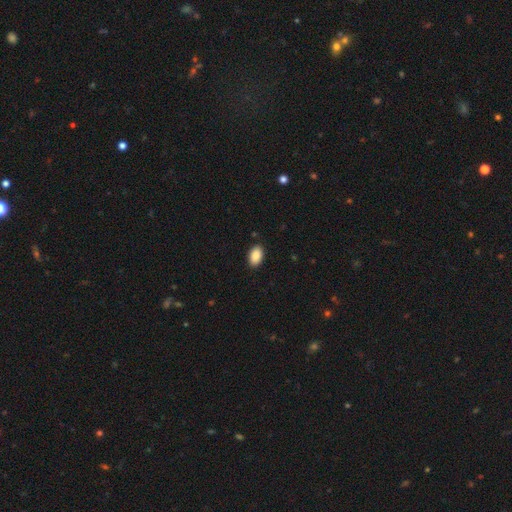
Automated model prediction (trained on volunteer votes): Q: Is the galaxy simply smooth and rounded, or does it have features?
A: smooth — 89%.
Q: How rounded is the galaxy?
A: in between — 93%.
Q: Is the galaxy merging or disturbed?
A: none — 89%.